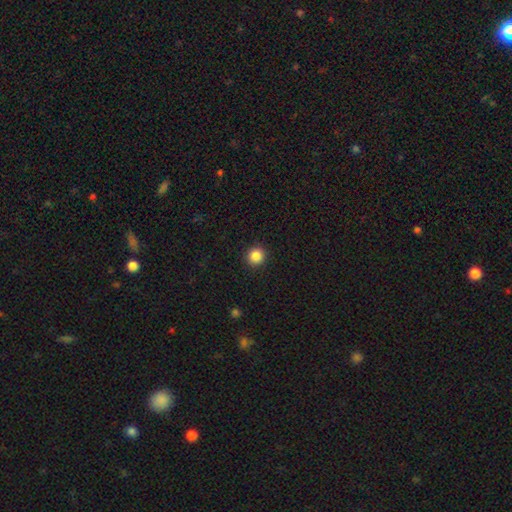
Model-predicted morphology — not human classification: This appears to be a smooth galaxy with no disk features (86%) that is round (93%). Merging: none (92%).